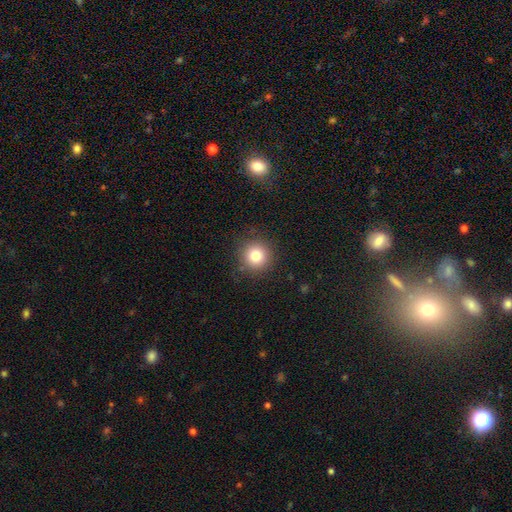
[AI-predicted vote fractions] smooth 80%, star or artifact 12%, featured or disk 8%. Down the decision tree: how rounded — round (94%); merging — none (88%).